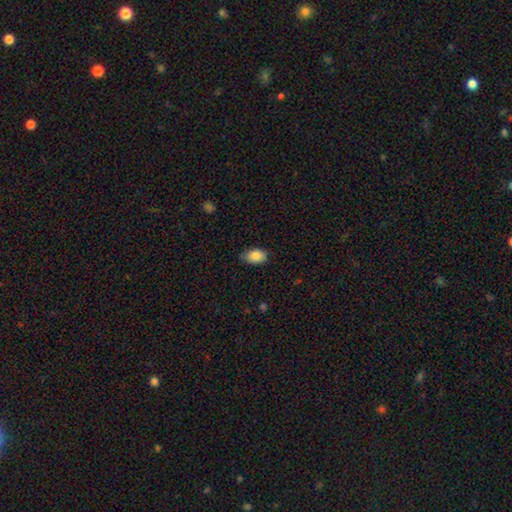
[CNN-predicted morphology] Smooth or featured? Predicted: smooth (p=0.87). How rounded? Predicted: in between (p=0.90). Merging? Predicted: none (p=0.80).